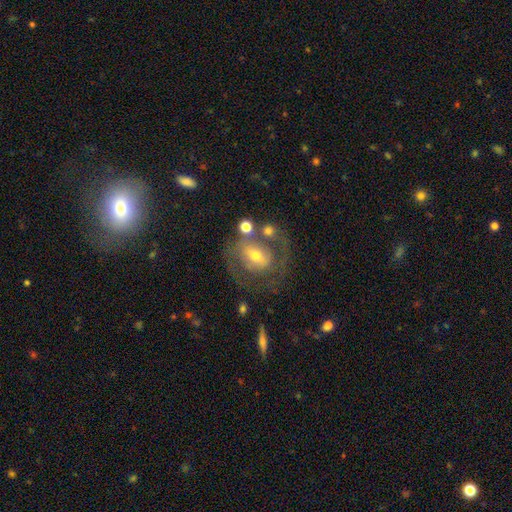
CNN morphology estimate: smooth-or-featured: featured or disk: 68% | smooth: 24% | star or artifact: 8%
  disk-edge-on: no: 96% | yes: 4%
    bar: weak: 43% | no: 33% | strong: 24%
    has-spiral-arms: yes: 73% | no: 27%
    bulge-size: moderate: 56% | small: 36% | large: 5% | none: 2% | dominant: 1%
  merging: none: 57% | minor disturbance: 17% | major disturbance: 17% | merger: 8%